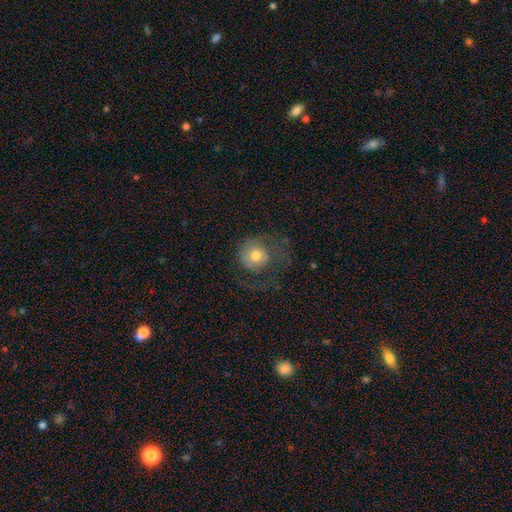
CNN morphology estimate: smooth_or_featured: smooth (p=0.61) [alt: featured or disk p=0.31]
how_rounded: round (p=0.88) [alt: in between p=0.11]
merging: none (p=0.42) [alt: major disturbance p=0.38]